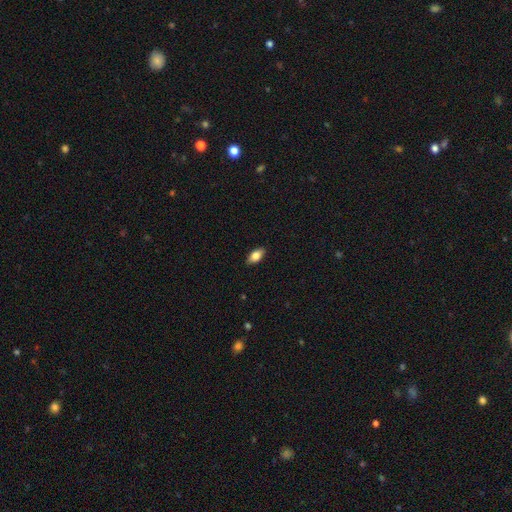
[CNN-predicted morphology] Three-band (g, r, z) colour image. It shows a smooth galaxy with no disk features (79%) that is in between round and cigar-shaped (89%). Merging: none (88%).